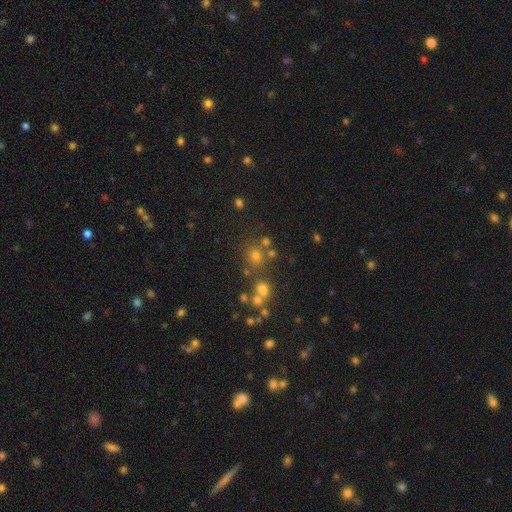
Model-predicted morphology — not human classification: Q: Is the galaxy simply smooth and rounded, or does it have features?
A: smooth — 61%.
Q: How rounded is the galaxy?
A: round — 84%.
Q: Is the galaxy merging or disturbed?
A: none — 67%.